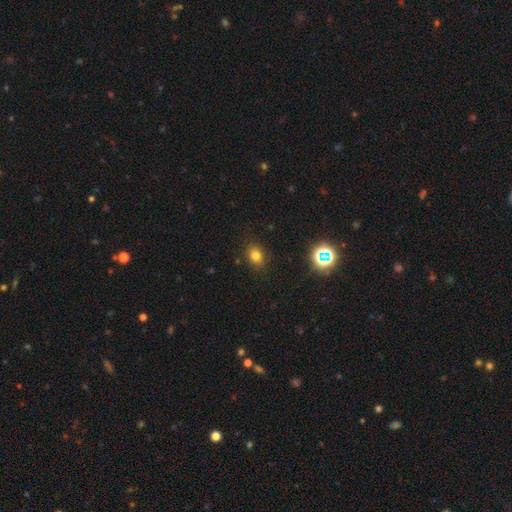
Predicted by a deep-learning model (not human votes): smooth 77%, star or artifact 16%, featured or disk 7%. Down the decision tree: how rounded — in between (54%); merging — none (86%).